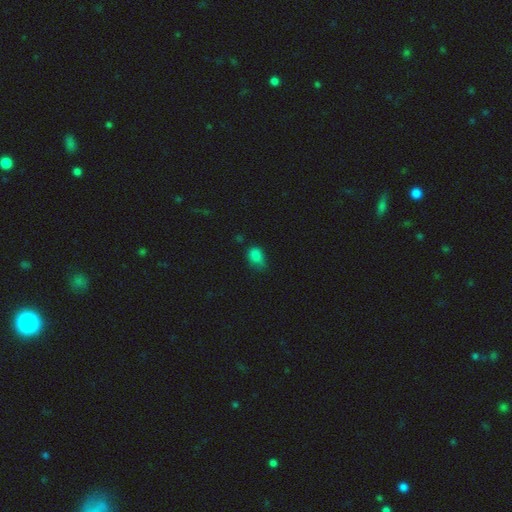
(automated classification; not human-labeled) Morphology: type=smooth (79%); roundness=in between (71%); merging=none (42%).